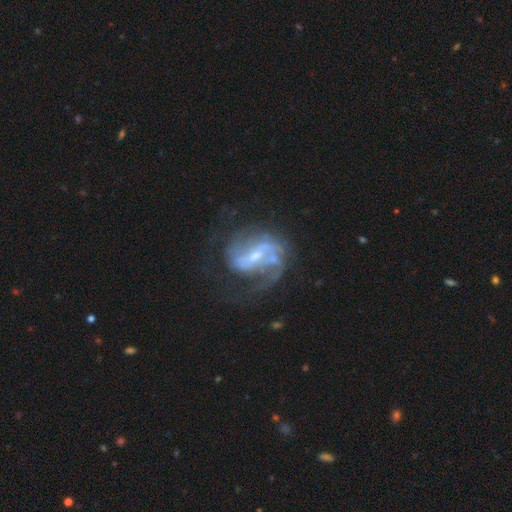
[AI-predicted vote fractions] Morphology: type=featured or disk (84%); edge-on=no (97%); bar=weak (45%); spiral arms=yes (90%); winding=medium (44%); arm count=2 (50%); bulge=small (59%); merging=none (45%).